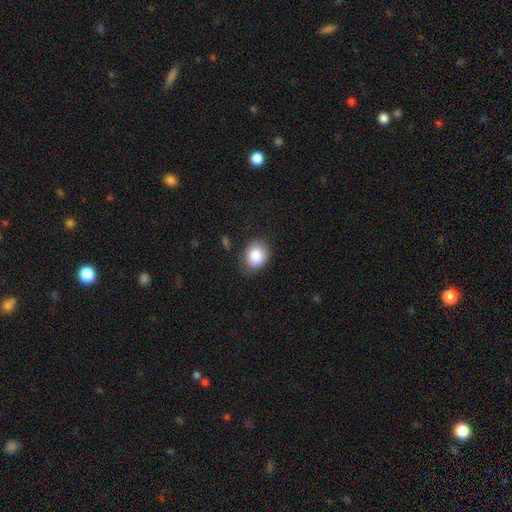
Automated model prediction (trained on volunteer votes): smooth-or-featured: smooth: 86% | star or artifact: 8% | featured or disk: 6%
  how-rounded: round: 51% | in between: 48% | cigar-shaped: 1%
  merging: none: 79% | minor disturbance: 15% | major disturbance: 4% | merger: 2%